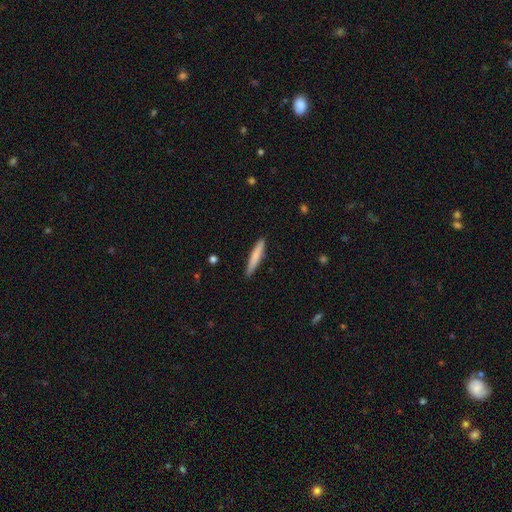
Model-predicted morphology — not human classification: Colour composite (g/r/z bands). It shows a smooth galaxy with no disk features (76%) that is cigar-shaped (93%). Merging: none (89%).